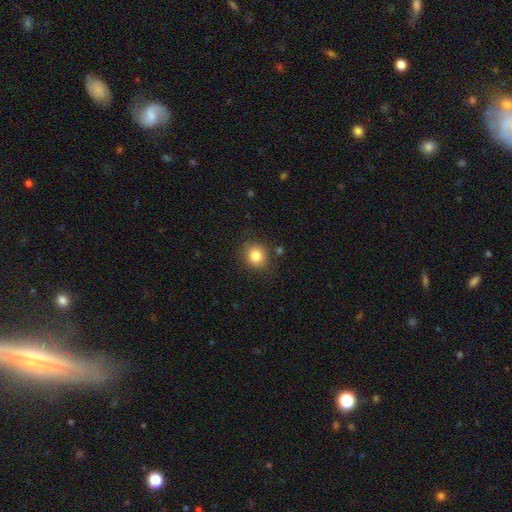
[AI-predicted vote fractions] Smooth or featured? Predicted: smooth (p=0.83). How rounded? Predicted: round (p=0.80). Merging? Predicted: none (p=0.84).